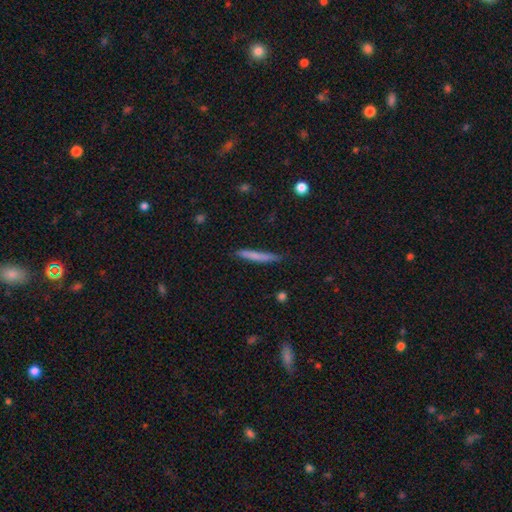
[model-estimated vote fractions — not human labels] This is likely a smooth galaxy (72%). How rounded: clearly cigar-shaped (95%). Merging: clearly none (81%).